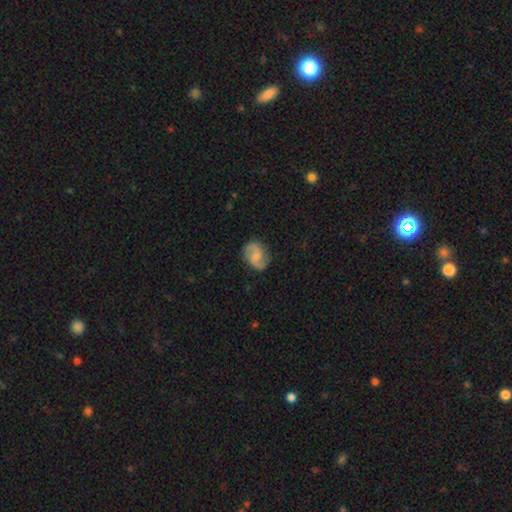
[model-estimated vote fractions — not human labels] Overall: featured or disk (68%). Edge-on disk: no (98%). Bar: no (47%; weak 45%). Spiral arms: yes (94%). Spiral arm count: 2 (91%). Spiral winding: medium (48%; loose 34%). Bulge size: small (38%; moderate 34%). Merging: none (81%).